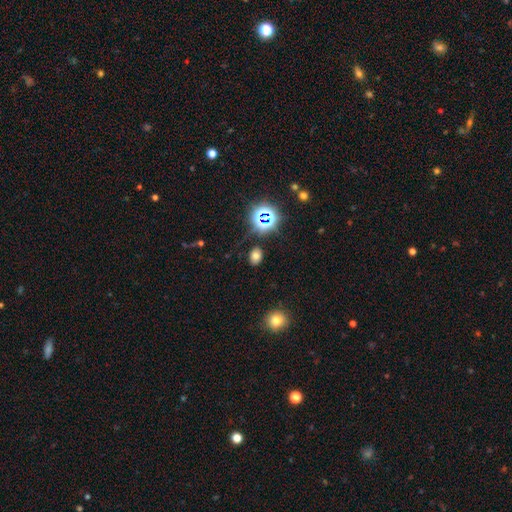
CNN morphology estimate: smooth 66%, star or artifact 25%, featured or disk 9%. Down the decision tree: how rounded — in between (71%); merging — none (83%).